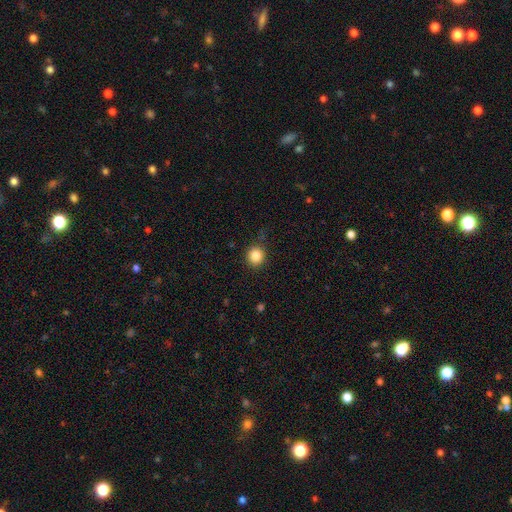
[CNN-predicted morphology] A smooth galaxy with no disk features (85%) that is round (90%). Merging: none (86%).